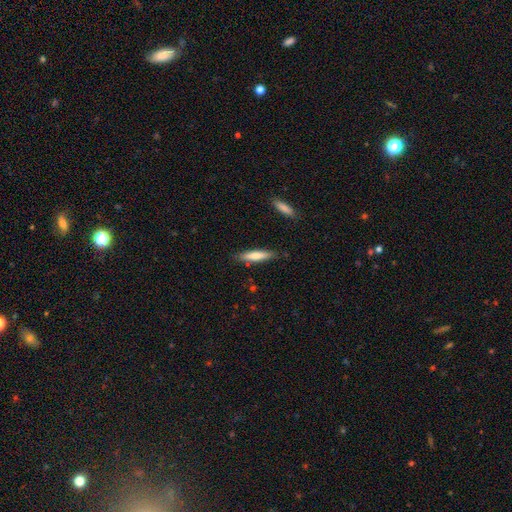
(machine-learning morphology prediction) This appears to be a smooth galaxy with no disk features (70%) that is cigar-shaped (81%). Merging: none (85%).